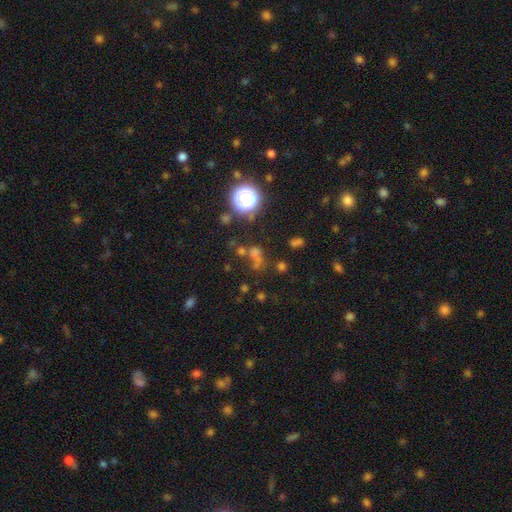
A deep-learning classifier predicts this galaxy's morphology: smooth-or-featured: smooth: 51% | star or artifact: 35% | featured or disk: 14%
  how-rounded: round: 74% | in between: 24% | cigar-shaped: 2%
  merging: none: 48% | merger: 29% | minor disturbance: 12% | major disturbance: 12%